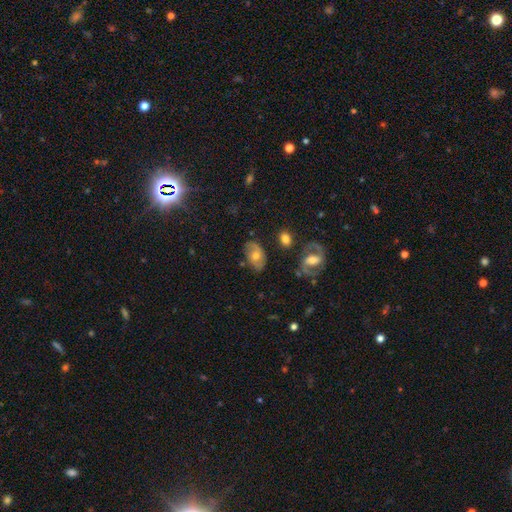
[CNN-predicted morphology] Q: Smooth or featured?
A: featured or disk (47%); runner-up: smooth (45%)
Q: Merging?
A: none (71%); runner-up: minor disturbance (19%)